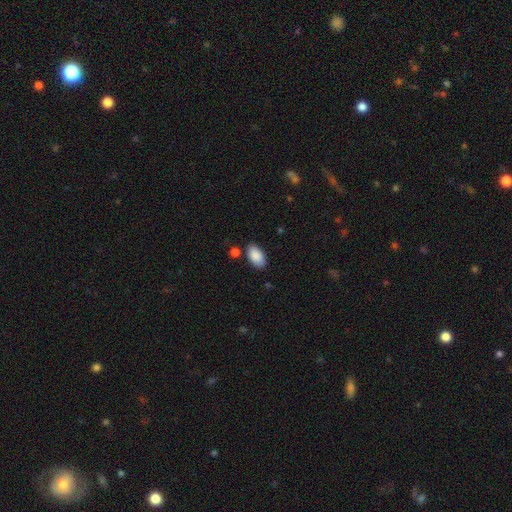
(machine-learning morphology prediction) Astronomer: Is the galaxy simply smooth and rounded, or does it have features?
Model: smooth — 89%.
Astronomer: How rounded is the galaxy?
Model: in between — 95%.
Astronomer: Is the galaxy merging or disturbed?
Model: none — 80%.